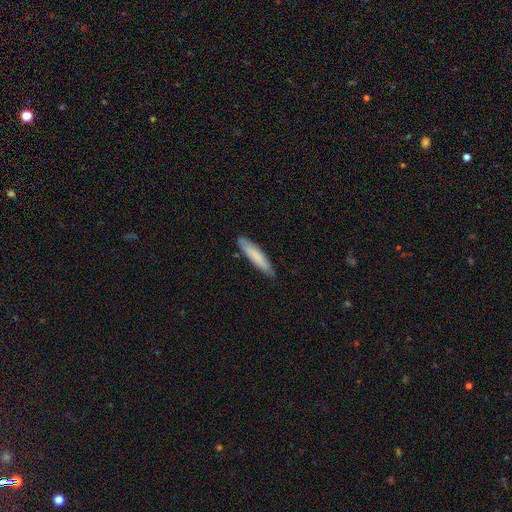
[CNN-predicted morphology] Smooth or featured? Predicted: smooth (p=0.78). How rounded? Predicted: cigar-shaped (p=0.85). Merging? Predicted: none (p=0.84).